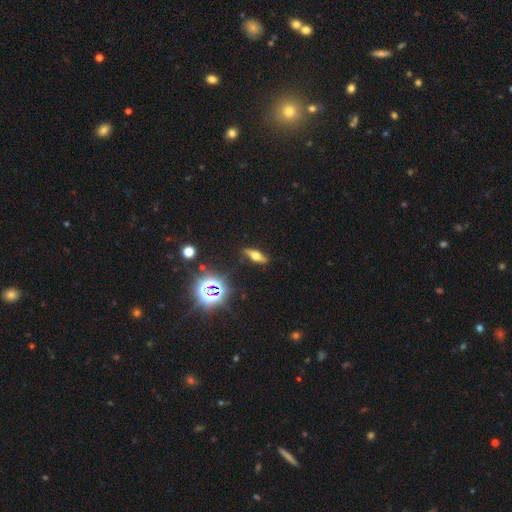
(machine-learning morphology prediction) The model was most divided on "smooth or featured": smooth: 41%, featured or disk: 40%, star or artifact: 19%. More confident: merging — none (86%).